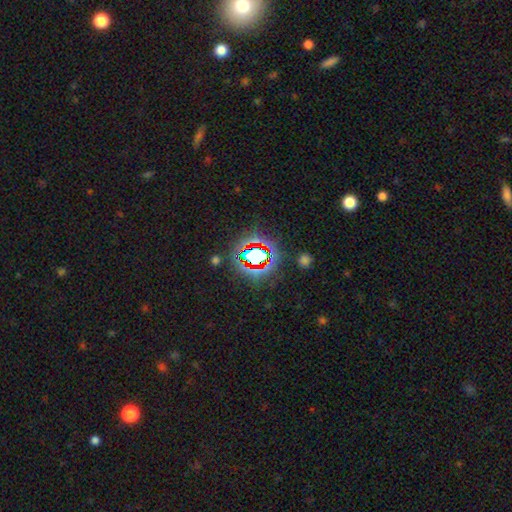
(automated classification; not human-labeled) Smooth or featured? Predicted: star or artifact (p=0.70).